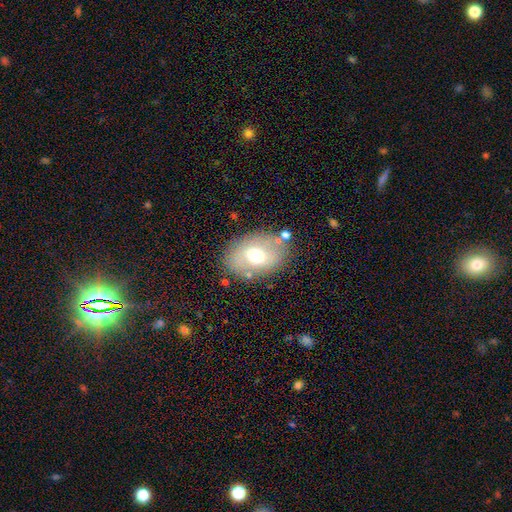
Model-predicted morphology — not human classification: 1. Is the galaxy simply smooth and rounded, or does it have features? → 58% smooth, 32% featured or disk, 10% star or artifact.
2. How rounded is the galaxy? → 77% in between, 22% round, 1% cigar-shaped.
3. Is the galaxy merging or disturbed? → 76% none, 14% minor disturbance, 5% major disturbance, 4% merger.